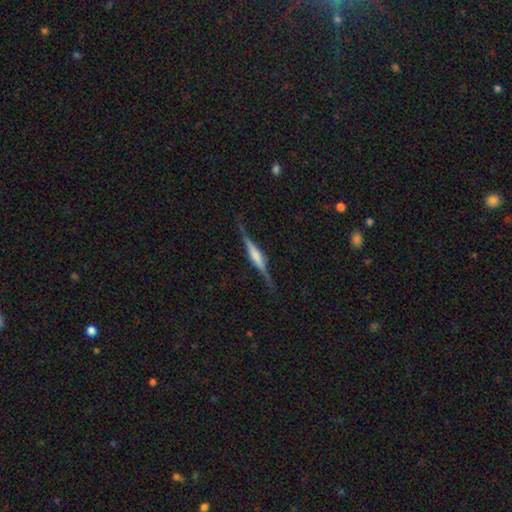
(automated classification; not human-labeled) This appears to be a featured or disk galaxy (77%) viewed edge-on (98%) with a rounded central bulge (51%). Merging: none (85%).